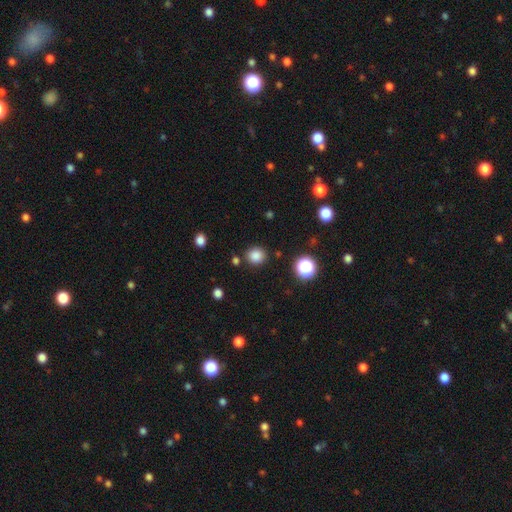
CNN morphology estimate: Q: Smooth or featured?
A: smooth (83%); runner-up: star or artifact (13%)
Q: How rounded?
A: round (82%); runner-up: in between (17%)
Q: Merging?
A: none (85%); runner-up: minor disturbance (8%)